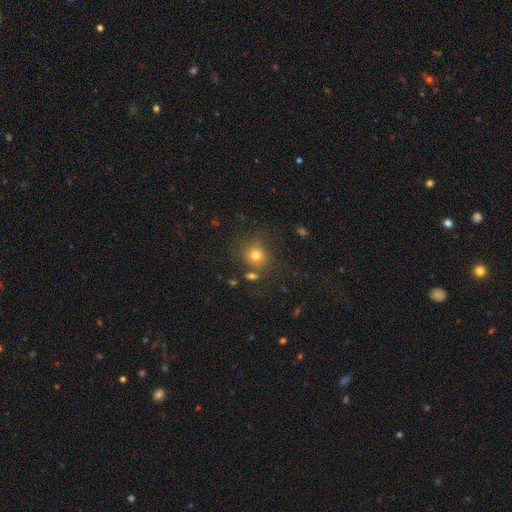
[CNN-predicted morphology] Smooth or featured: smooth — 75% (star or artifact — 15%)
How rounded: round — 86% (in between — 13%)
Merging: none — 72% (minor disturbance — 13%)